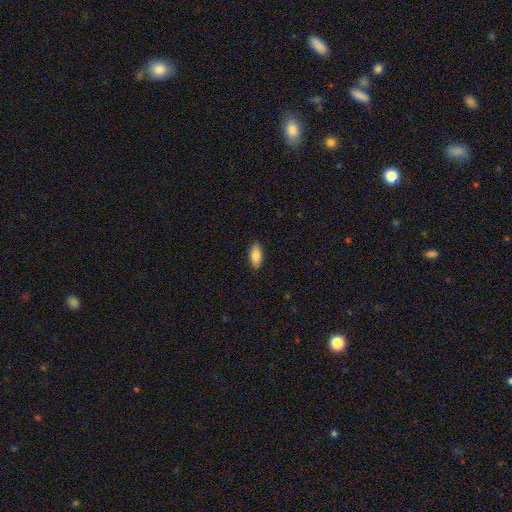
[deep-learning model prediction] This appears to be a smooth galaxy with no disk features (86%) that is in between round and cigar-shaped (89%). Merging: none (88%).